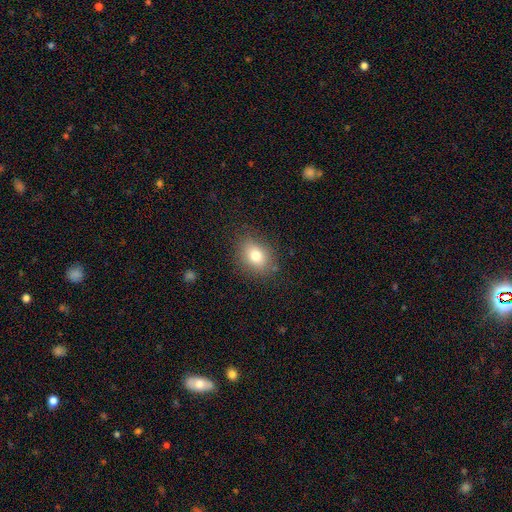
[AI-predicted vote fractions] The model was most divided on "how rounded": in between: 64%, round: 35%, cigar-shaped: 1%. More confident: merging — none (83%); smooth or featured — smooth (78%).